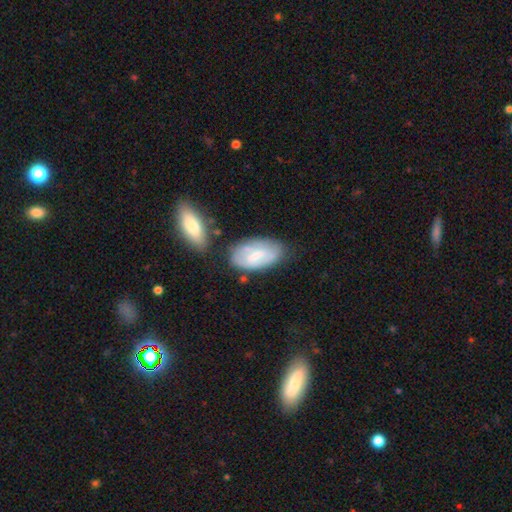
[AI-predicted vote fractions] Morphology: type=smooth (56%); roundness=in between (93%); merging=none (59%).